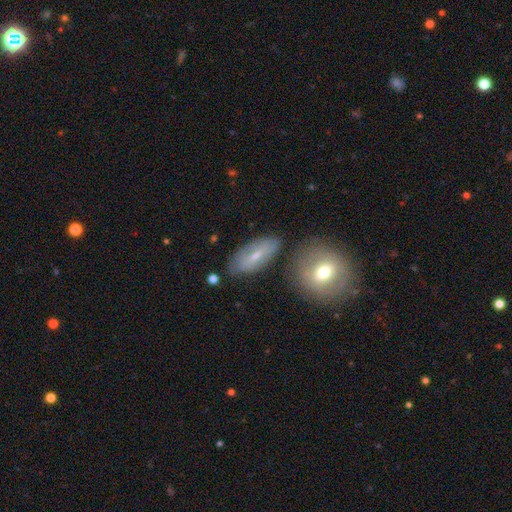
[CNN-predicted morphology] smooth-or-featured: smooth: 51% | featured or disk: 41% | star or artifact: 8%
  how-rounded: in between: 78% | cigar-shaped: 17% | round: 4%
  merging: none: 73% | minor disturbance: 16% | merger: 7% | major disturbance: 5%